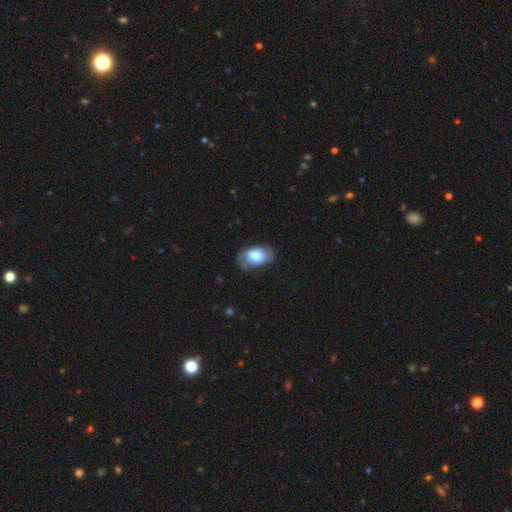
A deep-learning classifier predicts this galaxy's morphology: Smooth or featured: smooth — 69% (featured or disk — 24%)
How rounded: in between — 89% (round — 10%)
Merging: none — 58% (minor disturbance — 30%)